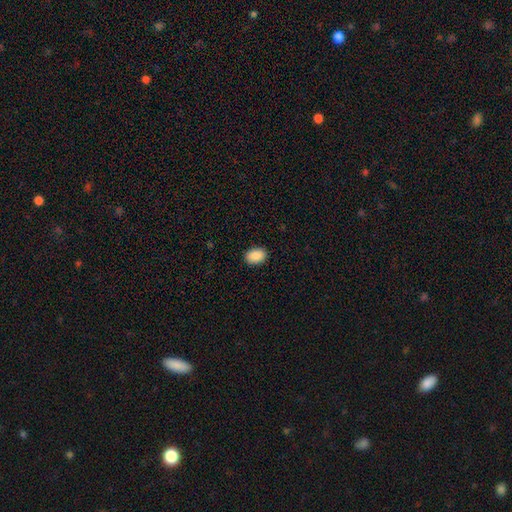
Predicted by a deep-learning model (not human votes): smooth-or-featured: smooth: 89% | star or artifact: 7% | featured or disk: 3%
  how-rounded: in between: 76% | round: 23% | cigar-shaped: 1%
  merging: none: 90% | minor disturbance: 7% | major disturbance: 2% | merger: 1%